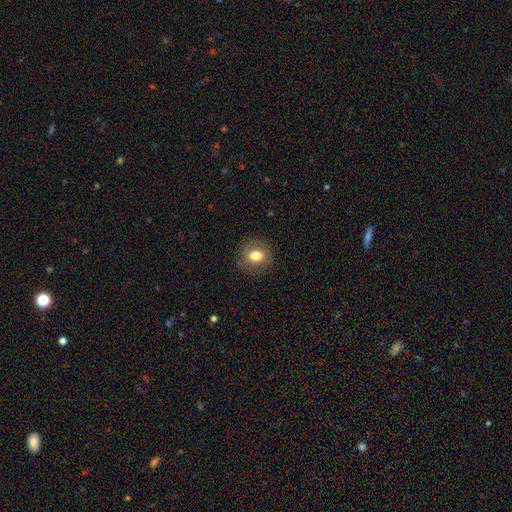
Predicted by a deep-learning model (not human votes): smooth 77%, featured or disk 13%, star or artifact 10%. Down the decision tree: how rounded — round (60%); merging — none (85%).